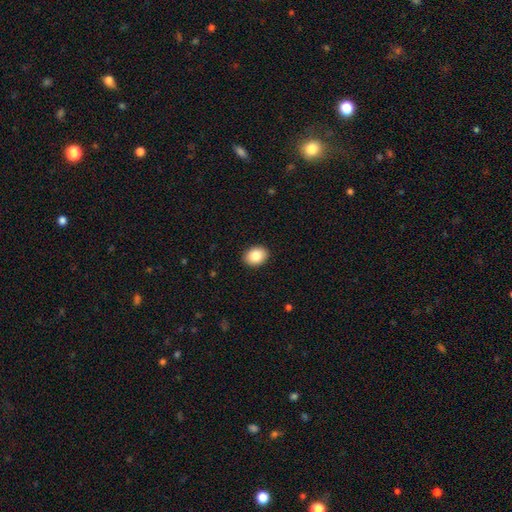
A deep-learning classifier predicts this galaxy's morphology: type=smooth (85%); roundness=in between (65%); merging=none (91%).